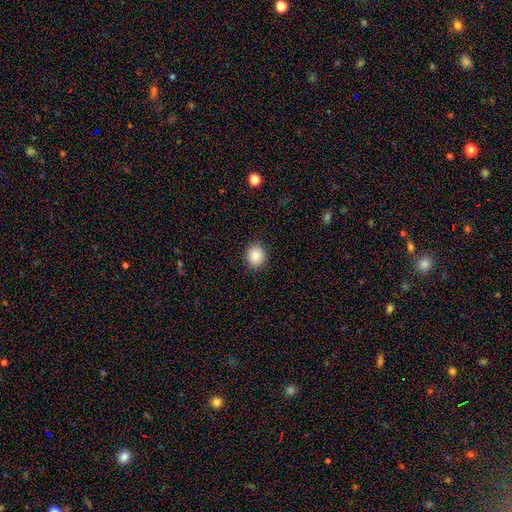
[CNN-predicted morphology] Smooth or featured? Predicted: smooth (p=0.86). How rounded? Predicted: round (p=0.79). Merging? Predicted: none (p=0.90).